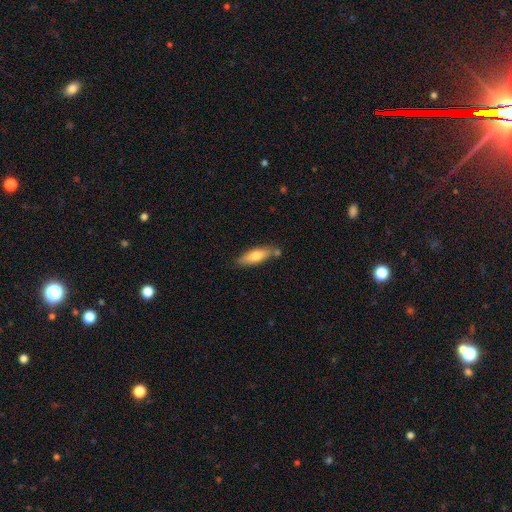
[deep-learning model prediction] Q: Smooth or featured?
A: smooth (69%); runner-up: featured or disk (25%)
Q: How rounded?
A: cigar-shaped (50%); runner-up: in between (48%)
Q: Merging?
A: none (71%); runner-up: minor disturbance (17%)